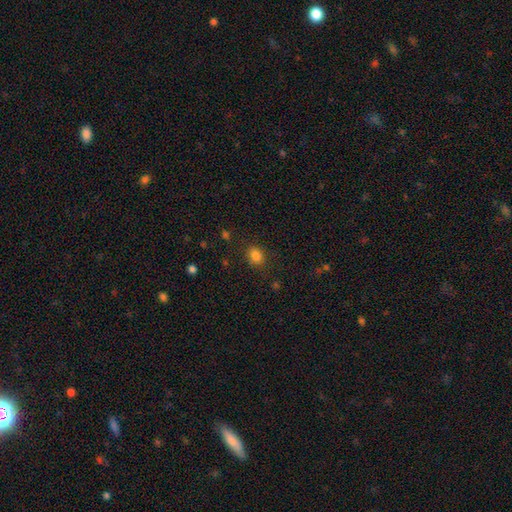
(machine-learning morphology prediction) A smooth galaxy with no disk features (83%) that is round (54%).

Vote fractions:
- Smooth or featured? smooth: 83% / star or artifact: 12% / featured or disk: 5%
- How rounded? round: 54% / in between: 45% / cigar-shaped: 1%
- Merging? none: 83% / minor disturbance: 11% / major disturbance: 4% / merger: 2%